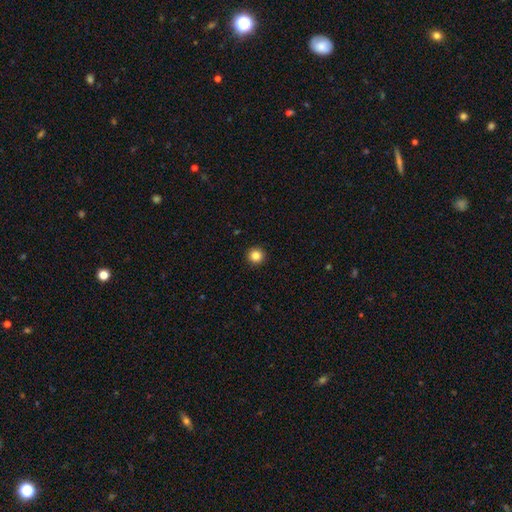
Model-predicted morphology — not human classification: type=smooth (85%); roundness=round (96%); merging=none (94%).